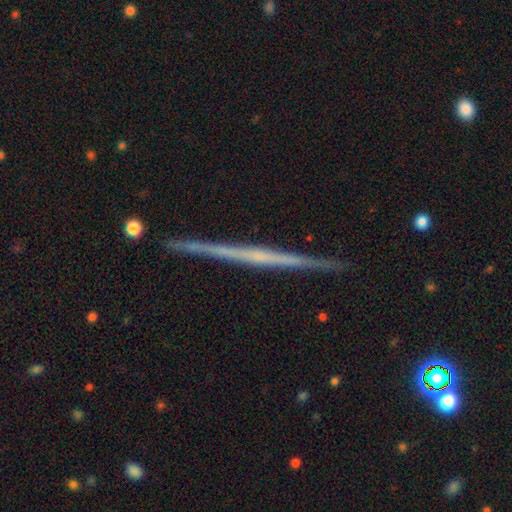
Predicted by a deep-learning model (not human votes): Overall: featured or disk (75%). Edge-on disk: yes (98%). Edge-on bulge: none (80%). Merging: none (92%).